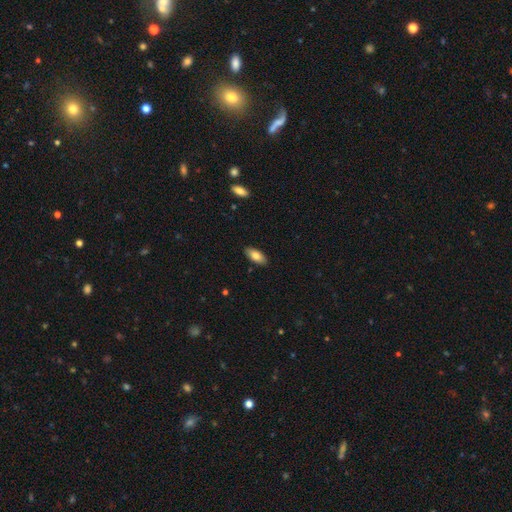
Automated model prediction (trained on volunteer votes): smooth 82%, featured or disk 12%, star or artifact 6%. Down the decision tree: how rounded — in between (89%); merging — none (88%).